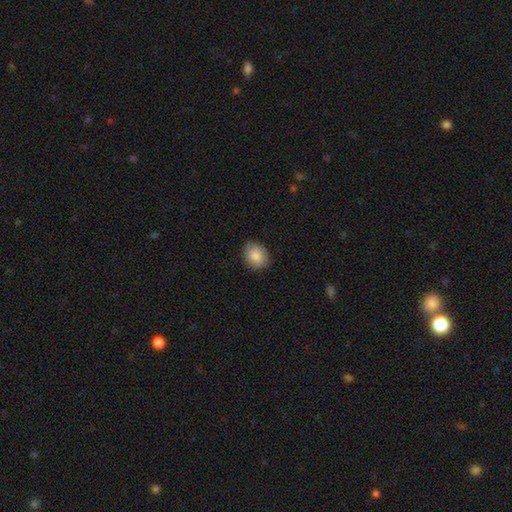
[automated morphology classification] This is clearly a smooth galaxy (85%). How rounded: possibly round (54%). Merging: clearly none (86%).